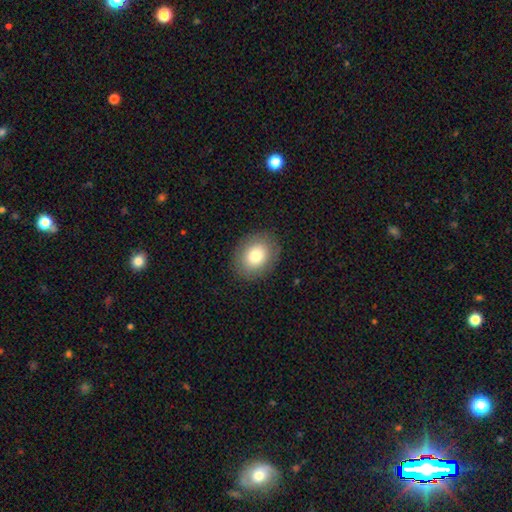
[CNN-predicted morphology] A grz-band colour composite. It shows a smooth galaxy with no disk features (80%) that is in between round and cigar-shaped (54%). Merging: none (88%).